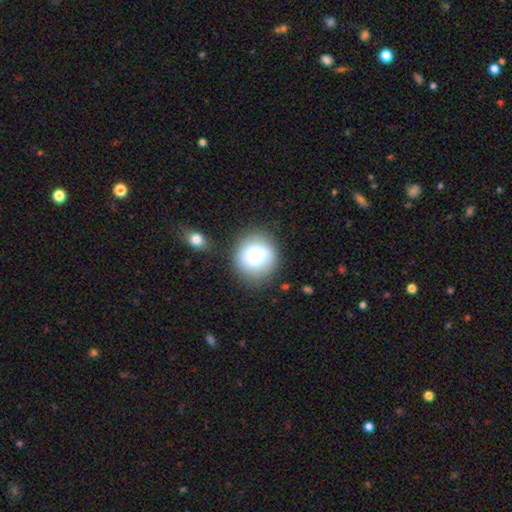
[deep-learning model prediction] Overall: smooth (81%). How rounded: round (86%). Merging: none (71%).